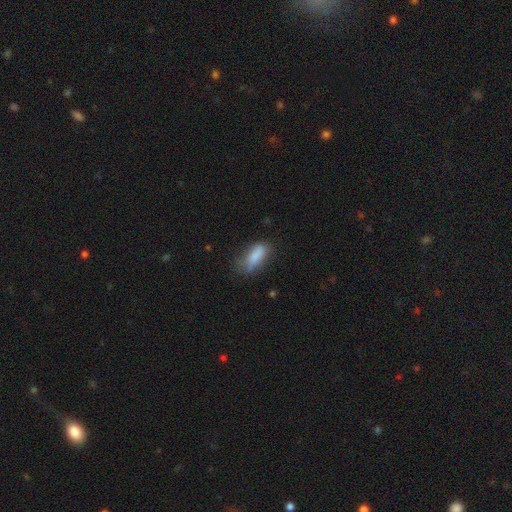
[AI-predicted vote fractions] Overall: smooth (78%). How rounded: in between (74%). Merging: none (48%; minor disturbance 33%).